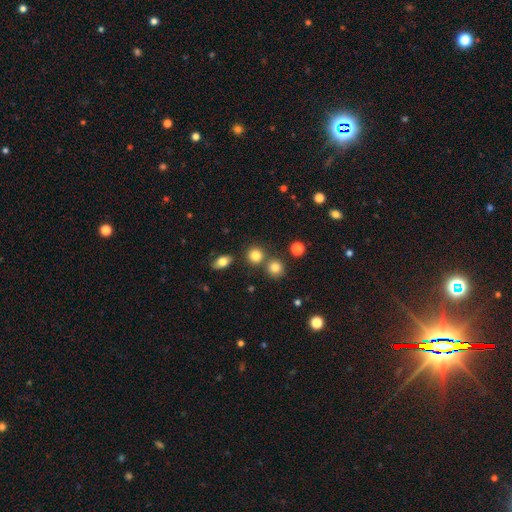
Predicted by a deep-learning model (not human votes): Q: Smooth or featured?
A: smooth (82%); runner-up: star or artifact (12%)
Q: How rounded?
A: round (87%); runner-up: in between (12%)
Q: Merging?
A: none (74%); runner-up: merger (15%)